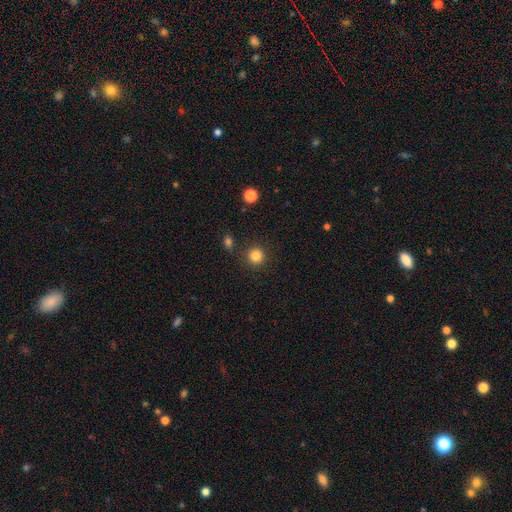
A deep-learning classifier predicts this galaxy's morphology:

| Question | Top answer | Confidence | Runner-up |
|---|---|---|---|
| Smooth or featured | smooth | 84% | star or artifact (12%) |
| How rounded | round | 94% | in between (5%) |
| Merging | none | 88% | minor disturbance (7%) |